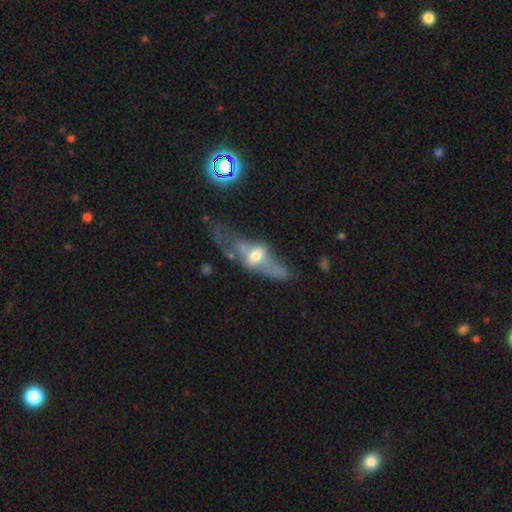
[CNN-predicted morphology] This is possibly a featured or disk galaxy (56%). It is likely not viewed edge-on (68%). Merging: possibly major disturbance (47%).